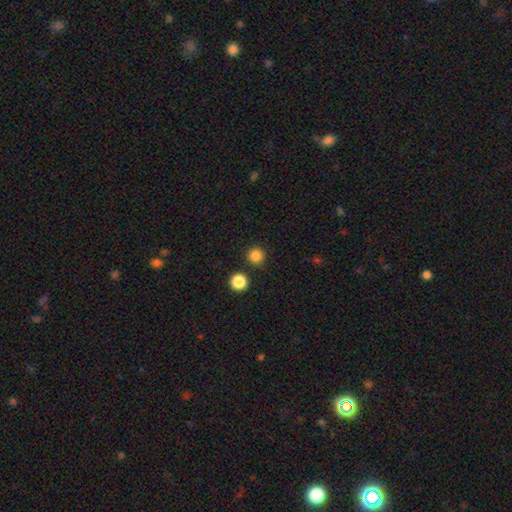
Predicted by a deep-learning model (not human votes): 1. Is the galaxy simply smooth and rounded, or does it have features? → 84% smooth, 13% star or artifact, 3% featured or disk.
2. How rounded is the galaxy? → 95% round, 4% in between, 1% cigar-shaped.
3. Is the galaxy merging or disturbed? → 89% none, 5% minor disturbance, 4% merger, 2% major disturbance.